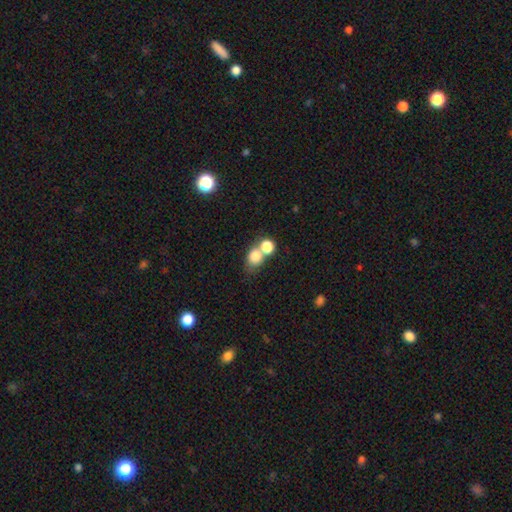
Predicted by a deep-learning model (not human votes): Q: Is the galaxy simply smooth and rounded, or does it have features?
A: smooth — 78%.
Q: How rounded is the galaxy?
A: round — 57%.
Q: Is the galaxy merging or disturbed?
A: merger — 51%.